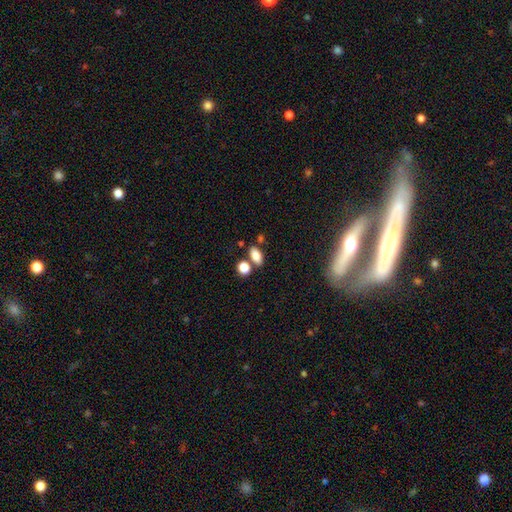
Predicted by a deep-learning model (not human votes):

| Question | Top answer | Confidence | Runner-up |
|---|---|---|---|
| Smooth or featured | smooth | 81% | star or artifact (10%) |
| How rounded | in between | 86% | round (10%) |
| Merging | none | 70% | merger (16%) |